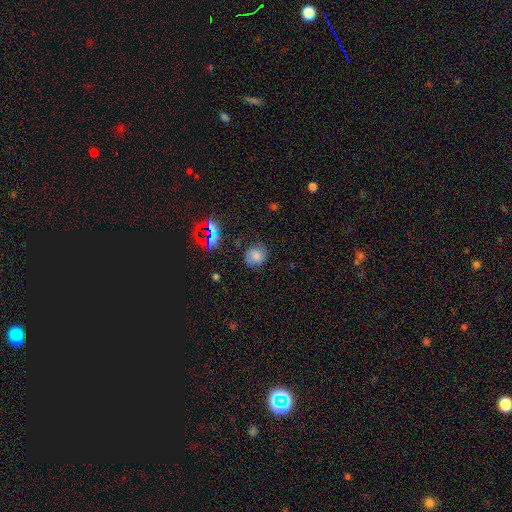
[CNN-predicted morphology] This is likely a smooth galaxy (70%). How rounded: clearly round (82%). Merging: likely none (76%).